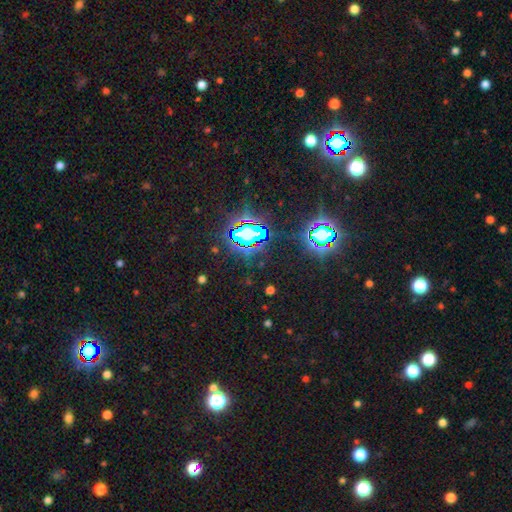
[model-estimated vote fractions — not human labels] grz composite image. It shows a star or artifact, not a galaxy (83%).